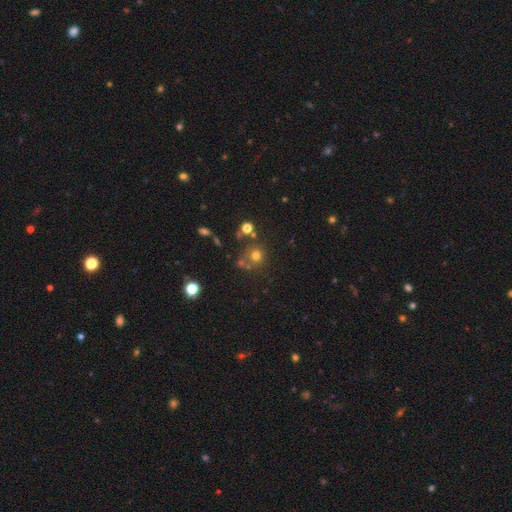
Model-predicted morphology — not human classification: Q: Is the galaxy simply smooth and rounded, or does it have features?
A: smooth — 67%.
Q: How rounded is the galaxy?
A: round — 88%.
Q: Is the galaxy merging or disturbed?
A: none — 63%.